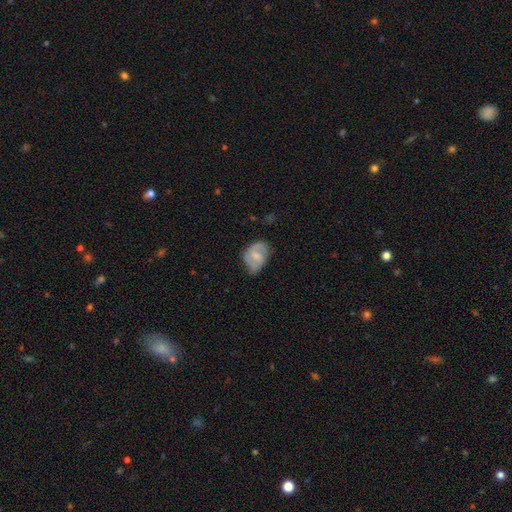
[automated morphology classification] The model was most divided on "smooth or featured": smooth: 49%, featured or disk: 44%, star or artifact: 7%. Remaining: merging — none (45%).